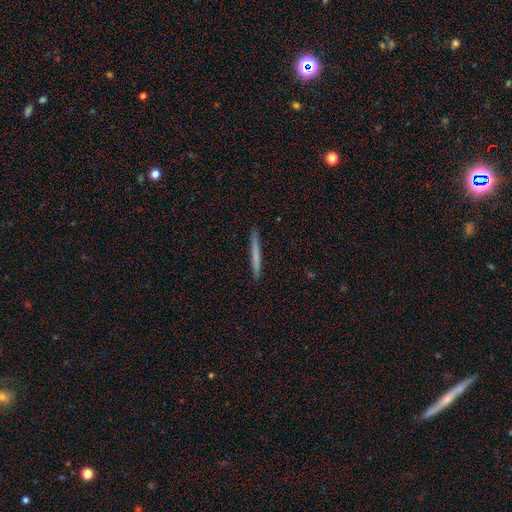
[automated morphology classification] The model was most divided on "smooth or featured": smooth: 60%, featured or disk: 34%, star or artifact: 5%. More confident: how rounded — cigar-shaped (97%); merging — none (92%).